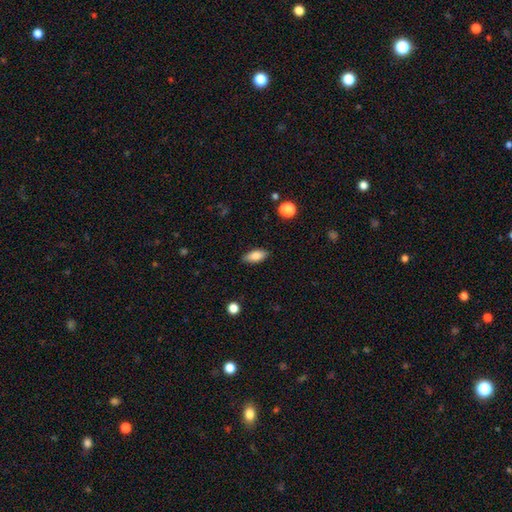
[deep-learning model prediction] smooth-or-featured: smooth: 83% | featured or disk: 10% | star or artifact: 7%
  how-rounded: in between: 84% | cigar-shaped: 13% | round: 3%
  merging: none: 86% | minor disturbance: 10% | major disturbance: 2% | merger: 1%